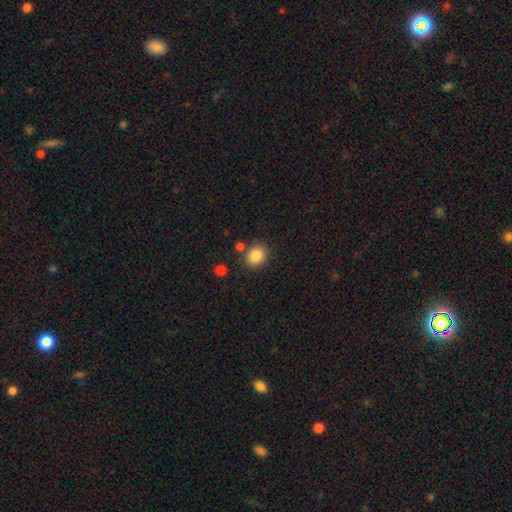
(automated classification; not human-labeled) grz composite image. It shows a smooth galaxy with no disk features (85%) that is round (62%). Merging: none (80%).